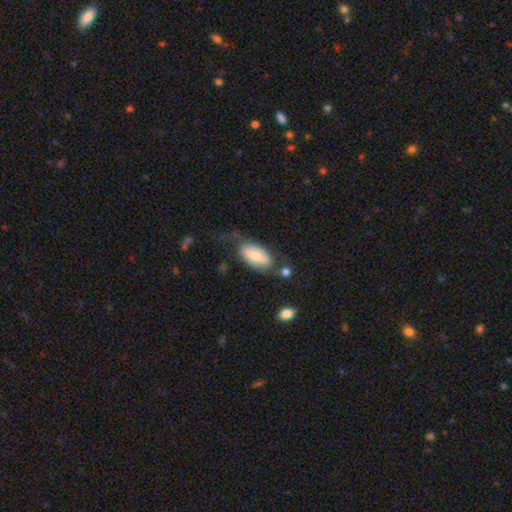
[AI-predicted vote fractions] smooth-or-featured: smooth: 64% | featured or disk: 29% | star or artifact: 6%
  how-rounded: in between: 93% | round: 4% | cigar-shaped: 3%
  merging: none: 46% | minor disturbance: 26% | major disturbance: 19% | merger: 9%